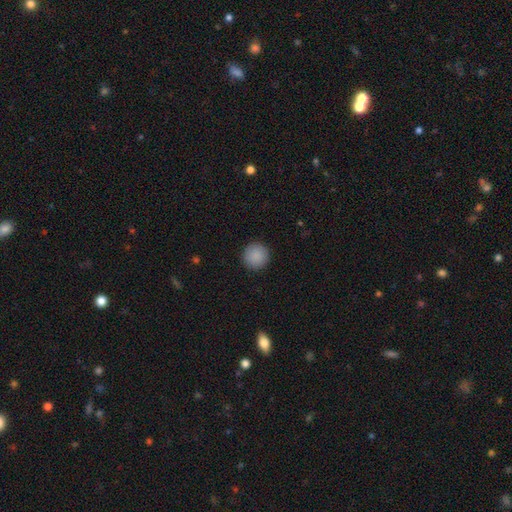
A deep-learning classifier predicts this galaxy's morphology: A smooth galaxy with no disk features (90%) that is round (95%).

Vote fractions:
- Smooth or featured? smooth: 90% / star or artifact: 8% / featured or disk: 3%
- How rounded? round: 95% / in between: 4% / cigar-shaped: 1%
- Merging? none: 92% / minor disturbance: 5% / major disturbance: 2% / merger: 1%